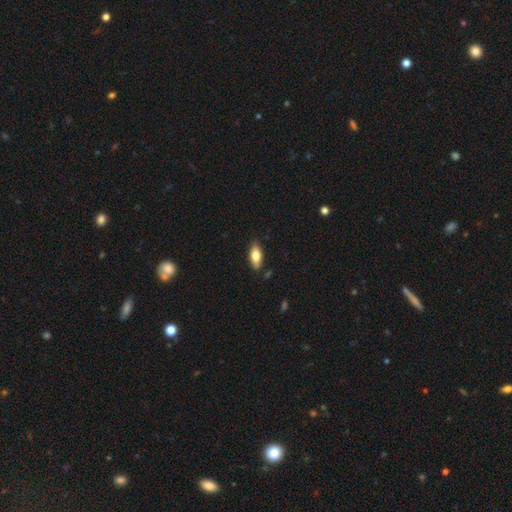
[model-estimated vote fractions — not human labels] This appears to be a smooth galaxy with no disk features (77%) that is in between round and cigar-shaped (82%). Merging: none (84%).